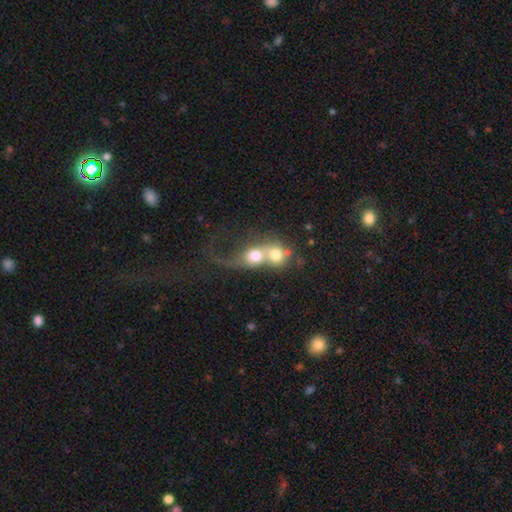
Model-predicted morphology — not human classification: smooth-or-featured: smooth: 59% | featured or disk: 29% | star or artifact: 11%
  how-rounded: round: 70% | in between: 27% | cigar-shaped: 2%
  merging: merger: 78% | none: 10% | major disturbance: 8% | minor disturbance: 4%